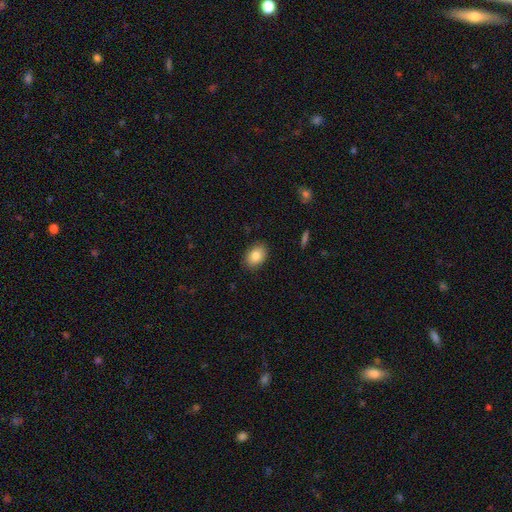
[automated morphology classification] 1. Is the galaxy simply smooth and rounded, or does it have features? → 83% smooth, 9% featured or disk, 8% star or artifact.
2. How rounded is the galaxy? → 77% in between, 22% round, 1% cigar-shaped.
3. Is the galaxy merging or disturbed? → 88% none, 9% minor disturbance, 2% major disturbance, 1% merger.